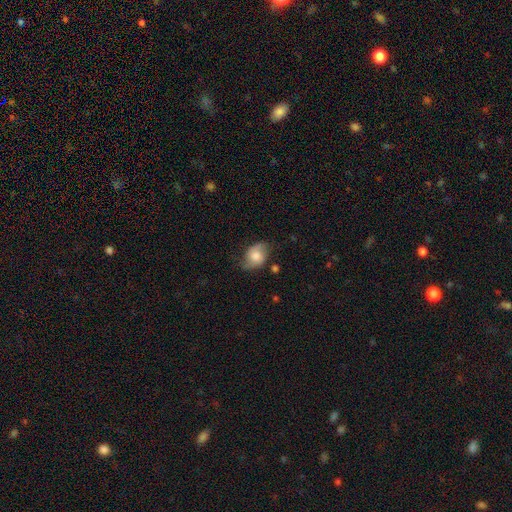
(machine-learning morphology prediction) smooth 50%, featured or disk 42%, star or artifact 8%. Down the decision tree: merging — none (59%).